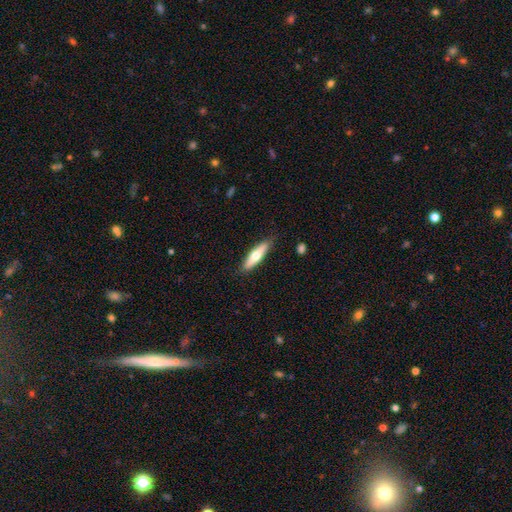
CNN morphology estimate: This is possibly a smooth galaxy (58%). How rounded: likely cigar-shaped (68%). Merging: clearly none (85%).